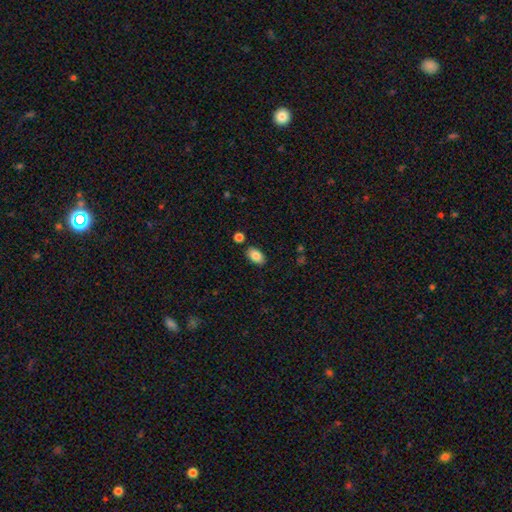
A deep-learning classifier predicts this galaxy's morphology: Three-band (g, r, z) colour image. It shows a smooth galaxy with no disk features (84%) that is in between round and cigar-shaped (92%). Merging: none (83%).